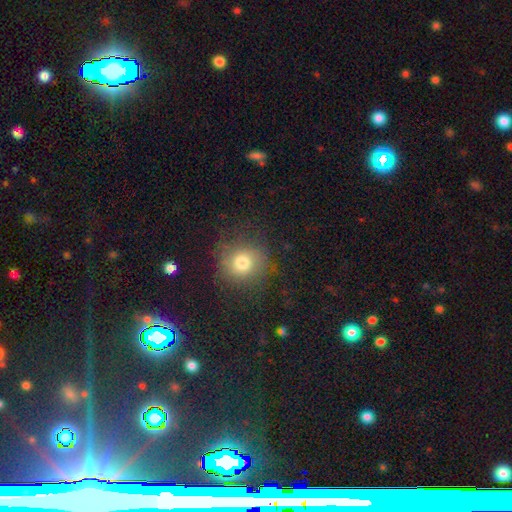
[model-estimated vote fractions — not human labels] The model was most divided on "smooth or featured": smooth: 57%, star or artifact: 30%, featured or disk: 14%. More confident: how rounded — round (90%); merging — none (84%).